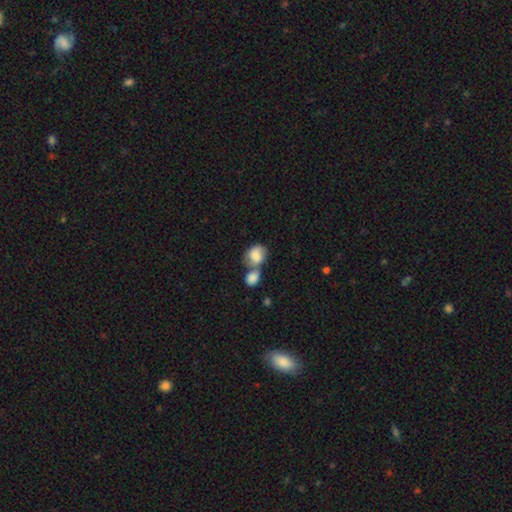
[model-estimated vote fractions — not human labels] Morphology: type=smooth (79%); roundness=in between (55%); merging=merger (66%).